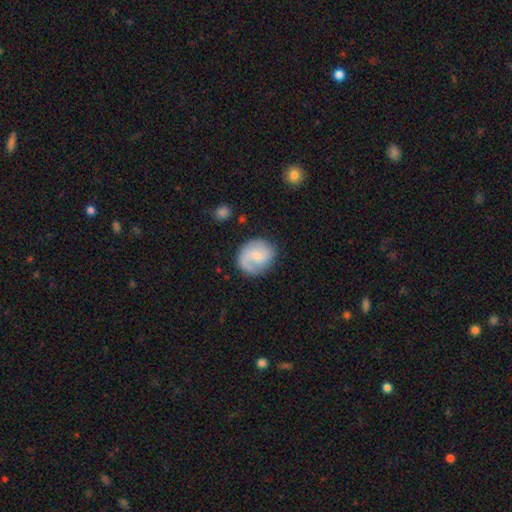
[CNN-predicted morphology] smooth_or_featured: featured or disk (p=0.50) [alt: smooth p=0.43]
merging: none (p=0.70) [alt: minor disturbance p=0.19]